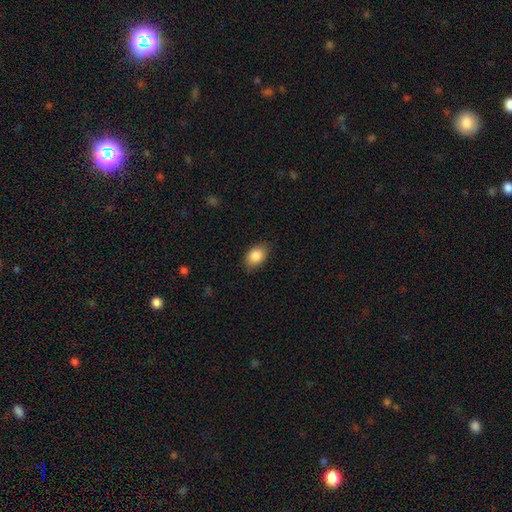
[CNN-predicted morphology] Smooth or featured? Predicted: smooth (p=0.87). How rounded? Predicted: in between (p=0.81). Merging? Predicted: none (p=0.80).